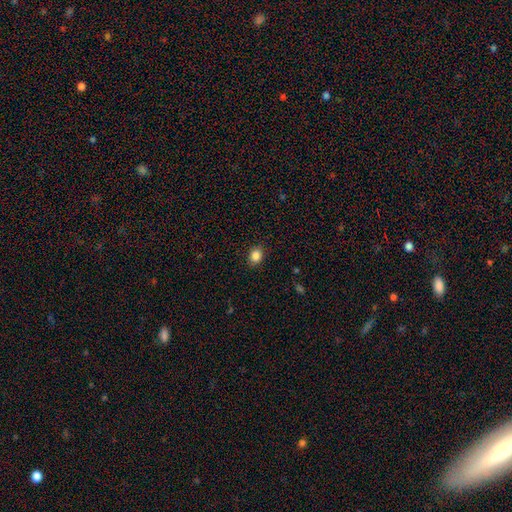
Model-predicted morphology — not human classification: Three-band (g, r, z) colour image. It shows a smooth galaxy with no disk features (86%) that is in between round and cigar-shaped (51%). Merging: none (89%).